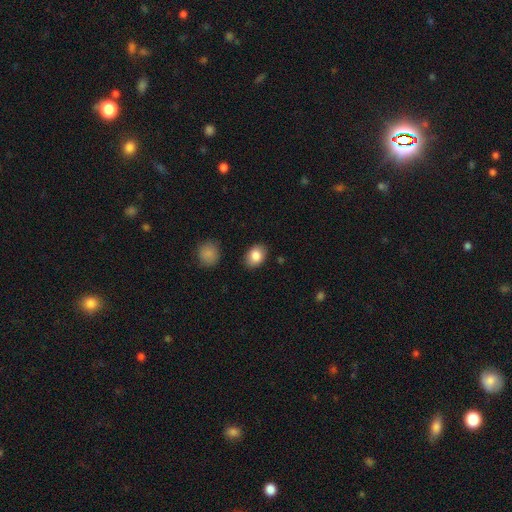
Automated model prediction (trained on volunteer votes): Smooth or featured? smooth (84%)
How rounded? in between (74%)
Merging? none (86%)